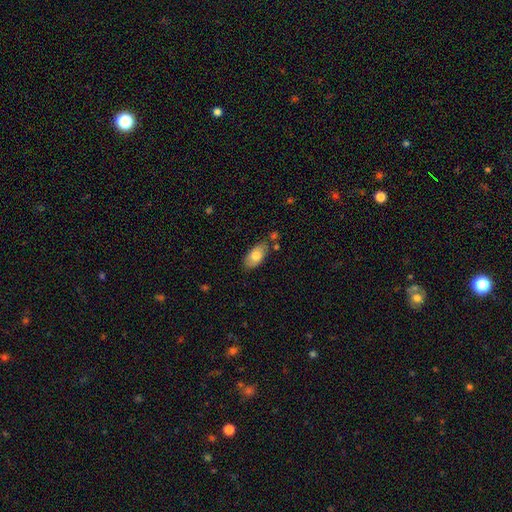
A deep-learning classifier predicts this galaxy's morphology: smooth_or_featured: smooth (p=0.78) [alt: featured or disk p=0.16]
how_rounded: in between (p=0.93) [alt: round p=0.03]
merging: none (p=0.74) [alt: minor disturbance p=0.17]